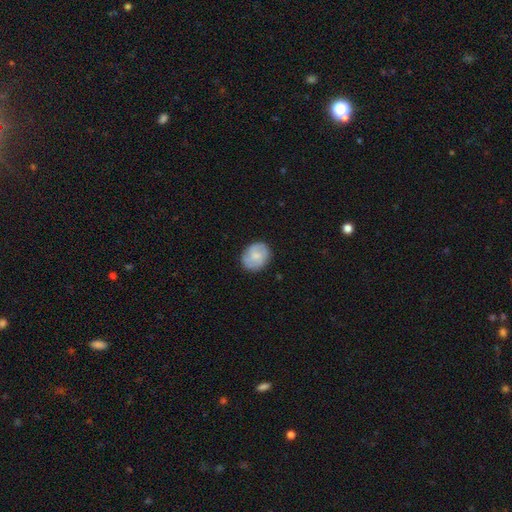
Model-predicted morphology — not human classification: This appears to be a smooth galaxy with no disk features (59%) that is round (56%). Merging: none (84%).